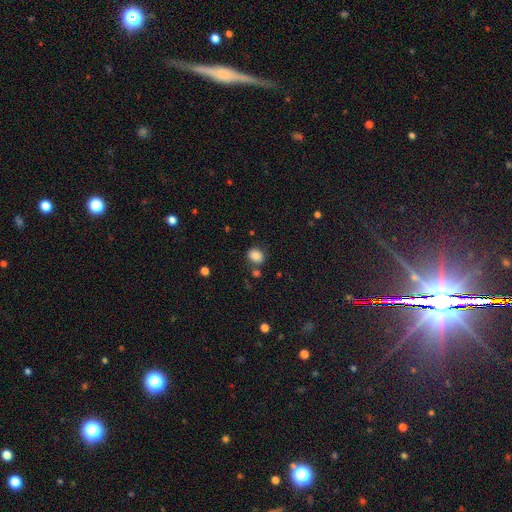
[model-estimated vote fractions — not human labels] A smooth galaxy with no disk features (85%) that is round (51%). Merging: none (75%).